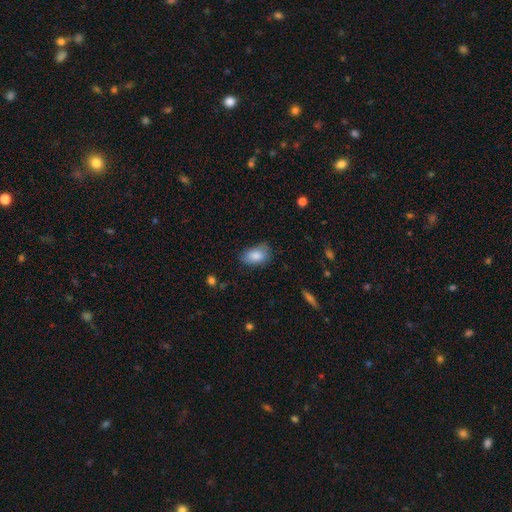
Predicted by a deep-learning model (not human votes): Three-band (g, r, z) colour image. It shows a smooth galaxy with no disk features (84%) that is in between round and cigar-shaped (88%). Merging: none (66%).